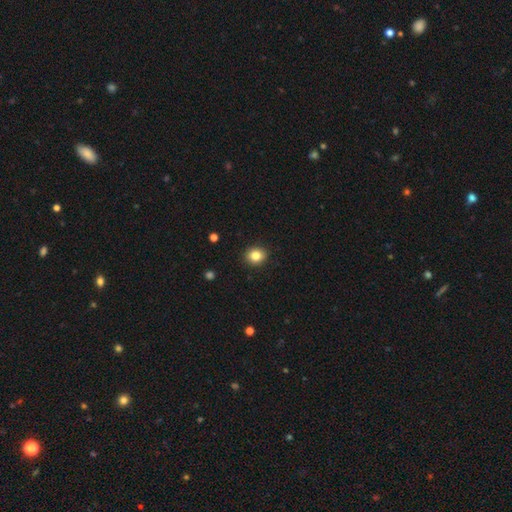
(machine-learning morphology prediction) A smooth galaxy with no disk features (84%) that is round (72%). Merging: none (91%).